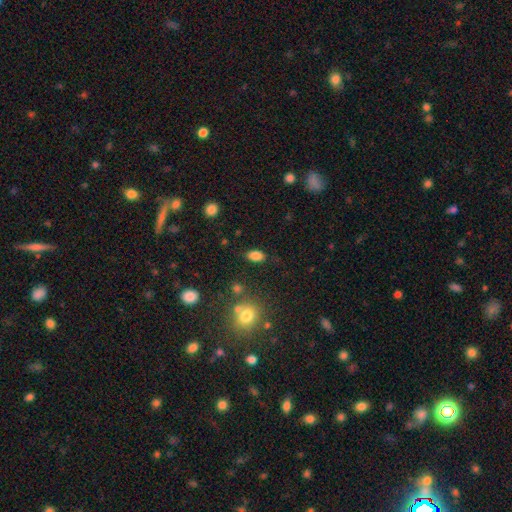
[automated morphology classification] smooth-or-featured: smooth: 84% | star or artifact: 11% | featured or disk: 6%
  how-rounded: in between: 90% | round: 8% | cigar-shaped: 3%
  merging: none: 83% | minor disturbance: 11% | major disturbance: 3% | merger: 2%